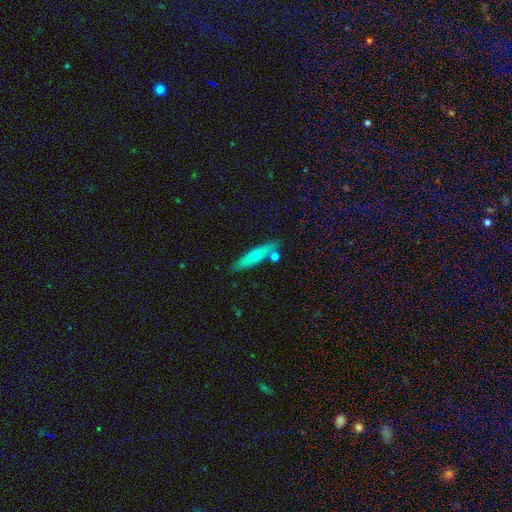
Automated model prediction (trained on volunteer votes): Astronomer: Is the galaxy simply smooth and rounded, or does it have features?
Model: smooth — 55% (runner-up: featured or disk, 38%).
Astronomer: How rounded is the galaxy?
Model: cigar-shaped — 76%.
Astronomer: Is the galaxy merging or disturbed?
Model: none — 75%.